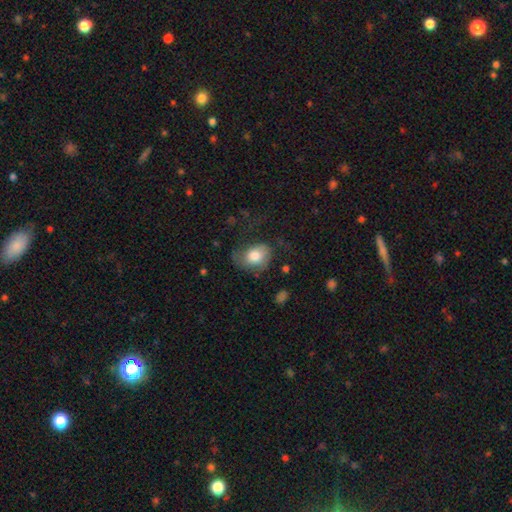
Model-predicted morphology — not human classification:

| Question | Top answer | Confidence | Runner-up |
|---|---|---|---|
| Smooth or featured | smooth | 71% | featured or disk (21%) |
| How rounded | in between | 59% | round (40%) |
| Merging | none | 40% | major disturbance (31%) |